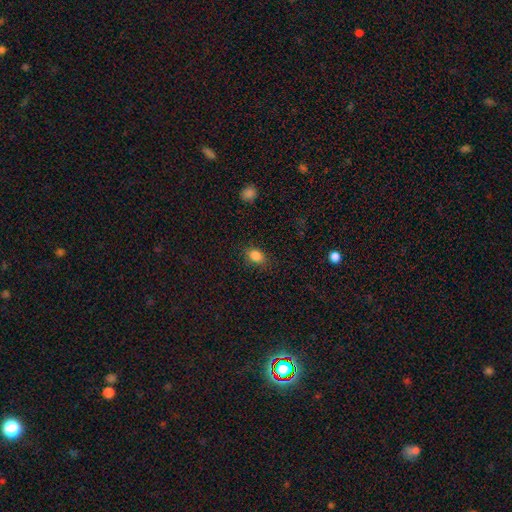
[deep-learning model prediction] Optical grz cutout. It shows a smooth galaxy with no disk features (85%) that is in between round and cigar-shaped (75%). Merging: none (82%).